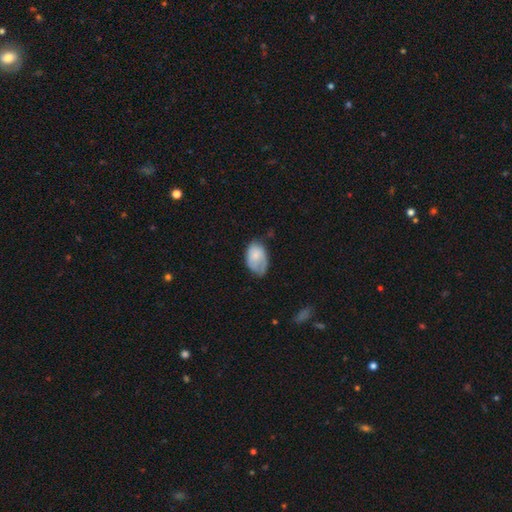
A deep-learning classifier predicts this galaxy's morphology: smooth 68%, featured or disk 25%, star or artifact 7%. Down the decision tree: how rounded — in between (89%); merging — minor disturbance (40%).